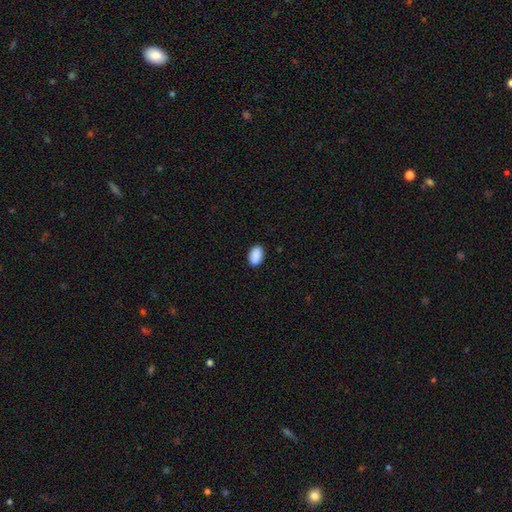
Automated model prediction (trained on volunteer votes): A smooth galaxy with no disk features (90%) that is in between round and cigar-shaped (91%).

Vote fractions:
- Smooth or featured? smooth: 90% / star or artifact: 7% / featured or disk: 3%
- How rounded? in between: 91% / round: 8% / cigar-shaped: 1%
- Merging? none: 88% / minor disturbance: 9% / major disturbance: 2% / merger: 1%